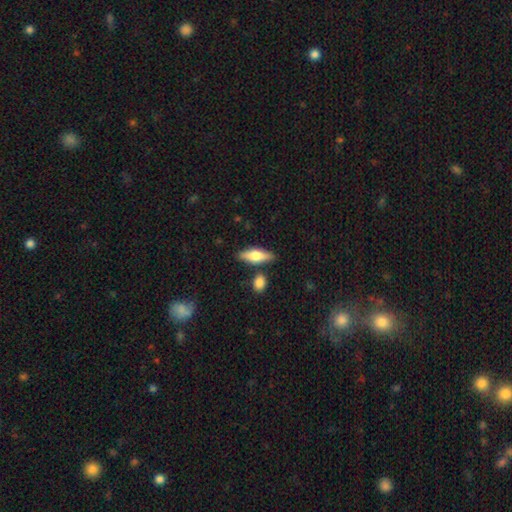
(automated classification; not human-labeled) A smooth galaxy with no disk features (54%) that is in between round and cigar-shaped (56%). Merging: none (79%).